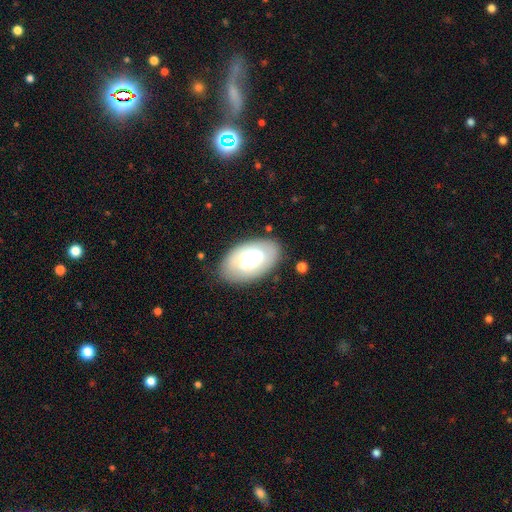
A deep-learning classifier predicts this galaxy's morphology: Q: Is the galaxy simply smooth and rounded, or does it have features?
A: smooth — 62%.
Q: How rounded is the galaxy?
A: in between — 93%.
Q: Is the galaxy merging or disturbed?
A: none — 77%.